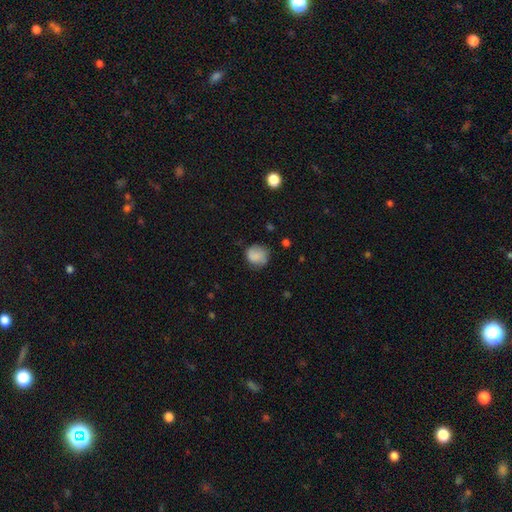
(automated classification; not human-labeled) A smooth galaxy with no disk features (79%) that is round (80%).

Vote fractions:
- Smooth or featured? smooth: 79% / featured or disk: 13% / star or artifact: 8%
- How rounded? round: 80% / in between: 19% / cigar-shaped: 1%
- Merging? none: 67% / minor disturbance: 24% / major disturbance: 7% / merger: 2%